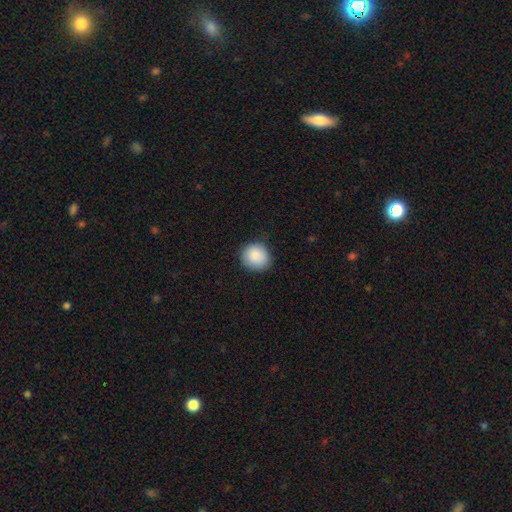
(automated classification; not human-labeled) Overall: smooth (88%). How rounded: round (84%). Merging: none (85%).